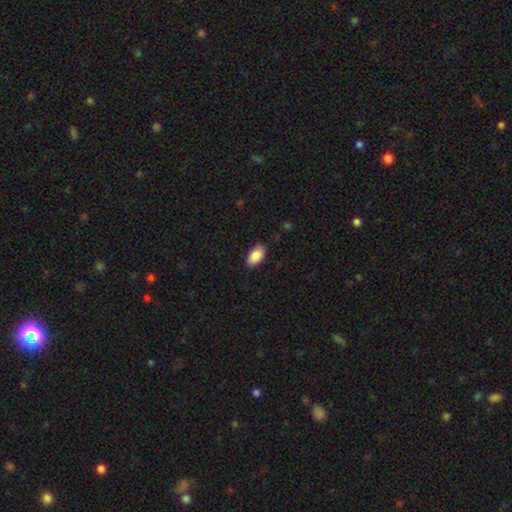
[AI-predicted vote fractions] smooth-or-featured: smooth: 90% | star or artifact: 6% | featured or disk: 4%
  how-rounded: in between: 94% | round: 4% | cigar-shaped: 2%
  merging: none: 85% | minor disturbance: 12% | major disturbance: 2% | merger: 1%